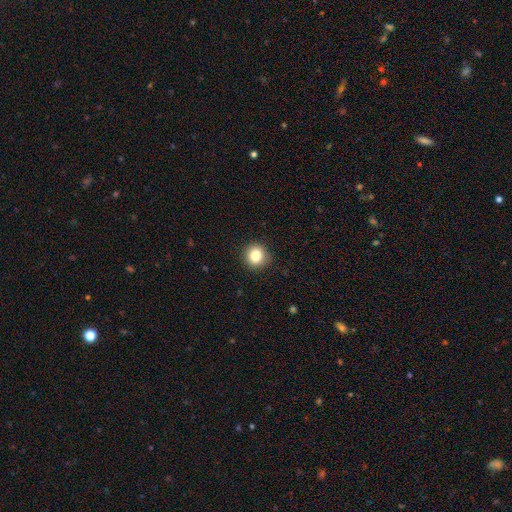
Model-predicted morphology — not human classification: smooth 82%, star or artifact 11%, featured or disk 7%. Down the decision tree: how rounded — round (92%); merging — none (91%).